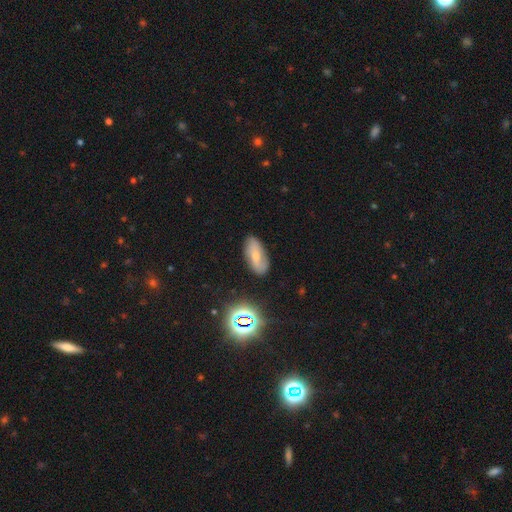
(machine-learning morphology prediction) smooth_or_featured: smooth (p=0.49) [alt: featured or disk p=0.38]
merging: none (p=0.78) [alt: minor disturbance p=0.16]